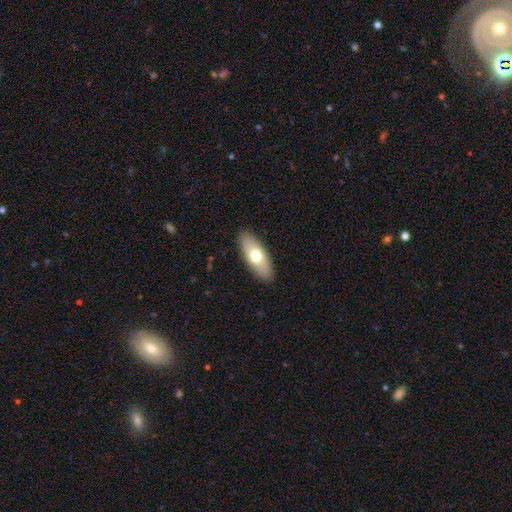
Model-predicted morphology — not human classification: The model was most divided on "smooth or featured": smooth: 68%, featured or disk: 26%, star or artifact: 6%. More confident: merging — none (89%); how rounded — in between (78%).